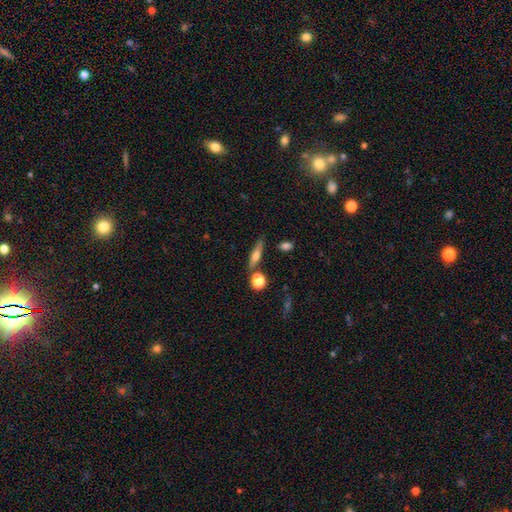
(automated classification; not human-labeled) This appears to be a smooth galaxy with no disk features (51%) that is cigar-shaped (62%). Merging: none (72%).